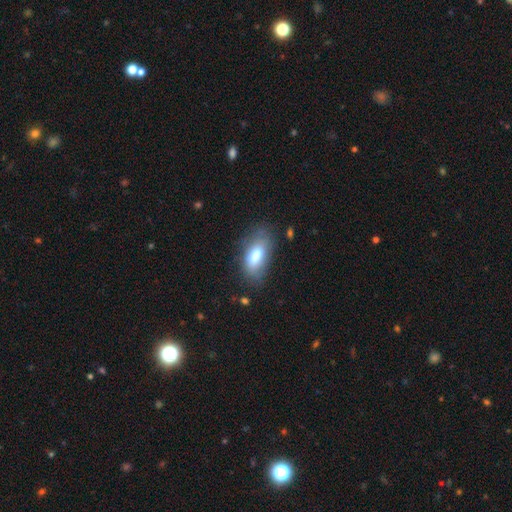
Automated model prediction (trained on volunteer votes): smooth_or_featured: smooth (p=0.74) [alt: featured or disk p=0.18]
how_rounded: in between (p=0.86) [alt: cigar-shaped p=0.11]
merging: none (p=0.67) [alt: minor disturbance p=0.21]